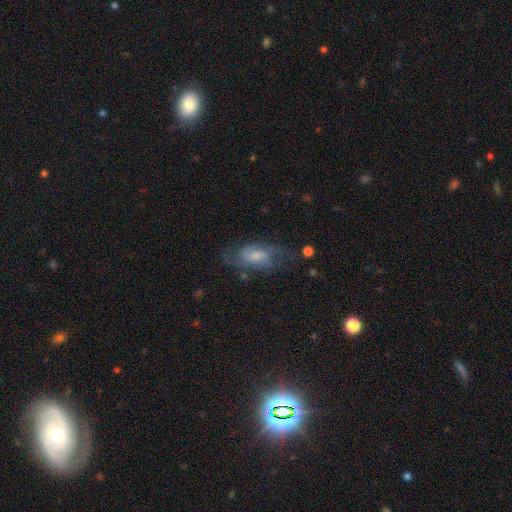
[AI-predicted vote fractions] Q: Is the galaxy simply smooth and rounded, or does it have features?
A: featured or disk — 68%.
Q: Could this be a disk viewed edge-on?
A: no — 93%.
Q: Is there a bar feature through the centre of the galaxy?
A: no — 50%.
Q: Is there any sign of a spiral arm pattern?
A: yes — 88%.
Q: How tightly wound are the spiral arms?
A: medium — 49%.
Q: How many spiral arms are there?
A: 2 — 53%.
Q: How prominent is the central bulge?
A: moderate — 40%.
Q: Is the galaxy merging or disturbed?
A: none — 65%.